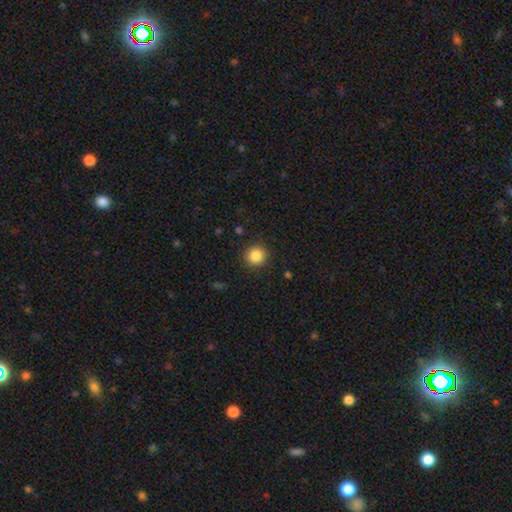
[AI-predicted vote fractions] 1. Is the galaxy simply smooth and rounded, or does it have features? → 85% smooth, 10% star or artifact, 5% featured or disk.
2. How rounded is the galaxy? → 93% round, 6% in between, 1% cigar-shaped.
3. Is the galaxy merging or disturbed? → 90% none, 6% minor disturbance, 2% major disturbance, 1% merger.